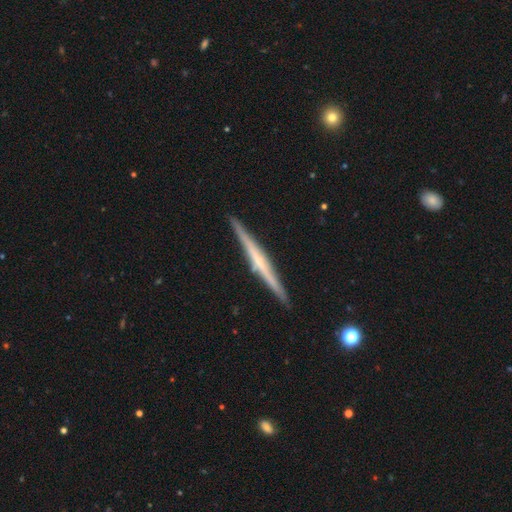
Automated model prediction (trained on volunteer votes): This appears to be a featured or disk galaxy (78%) viewed edge-on (98%) with a rounded central bulge (49%). Merging: none (92%).